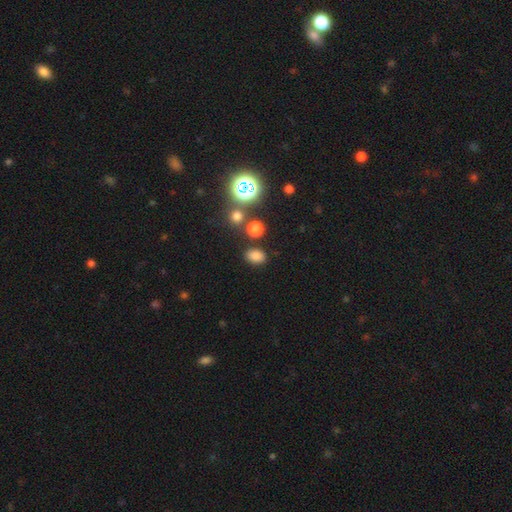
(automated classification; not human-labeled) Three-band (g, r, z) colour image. It shows a smooth galaxy with no disk features (76%) that is in between round and cigar-shaped (74%). Merging: none (82%).